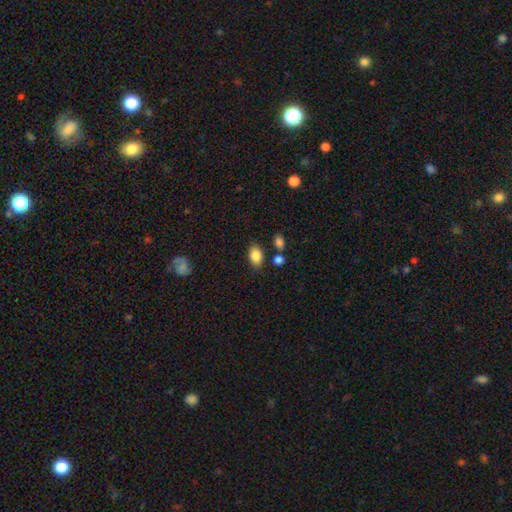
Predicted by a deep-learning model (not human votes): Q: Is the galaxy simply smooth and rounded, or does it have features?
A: smooth — 86%.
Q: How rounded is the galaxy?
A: in between — 85%.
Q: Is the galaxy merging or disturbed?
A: none — 78%.